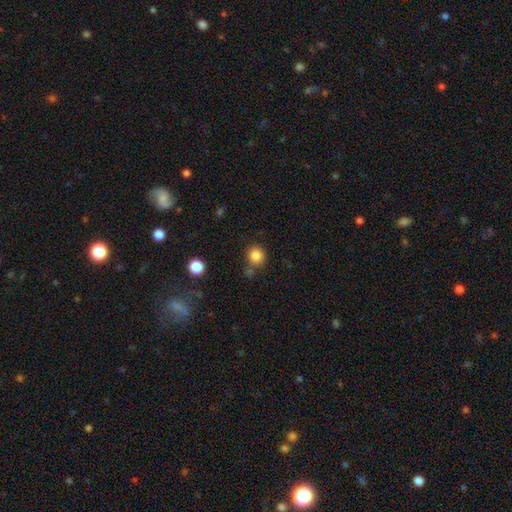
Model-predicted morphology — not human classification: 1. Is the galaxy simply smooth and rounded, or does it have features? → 84% smooth, 11% star or artifact, 5% featured or disk.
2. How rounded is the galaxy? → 90% round, 9% in between, 1% cigar-shaped.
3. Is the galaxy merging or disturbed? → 72% none, 12% minor disturbance, 11% merger, 4% major disturbance.